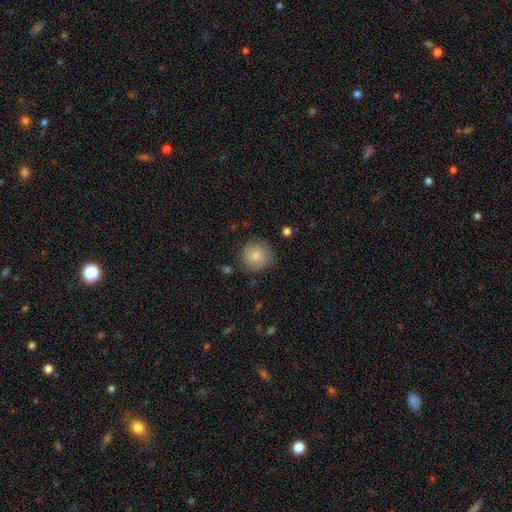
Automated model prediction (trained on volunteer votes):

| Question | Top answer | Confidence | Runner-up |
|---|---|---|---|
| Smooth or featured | smooth | 84% | featured or disk (8%) |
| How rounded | round | 94% | in between (5%) |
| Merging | none | 84% | minor disturbance (11%) |